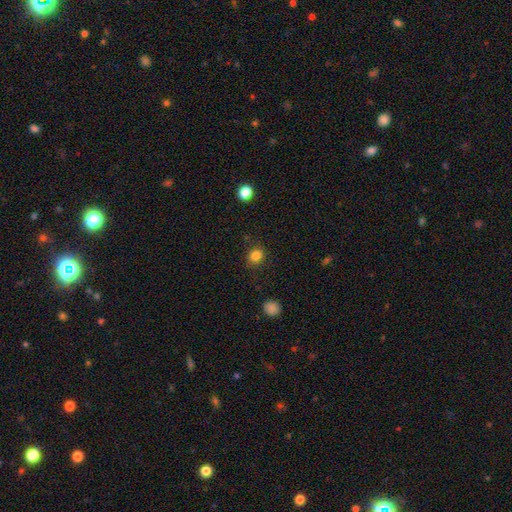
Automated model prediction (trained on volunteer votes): Q: Smooth or featured?
A: smooth (83%); runner-up: star or artifact (12%)
Q: How rounded?
A: round (77%); runner-up: in between (22%)
Q: Merging?
A: none (88%); runner-up: minor disturbance (8%)